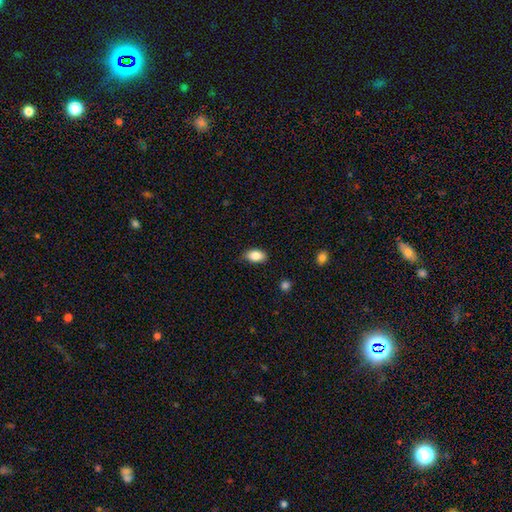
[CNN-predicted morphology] smooth-or-featured: smooth: 84% | star or artifact: 8% | featured or disk: 8%
  how-rounded: in between: 89% | round: 9% | cigar-shaped: 2%
  merging: none: 82% | minor disturbance: 15% | major disturbance: 2% | merger: 1%